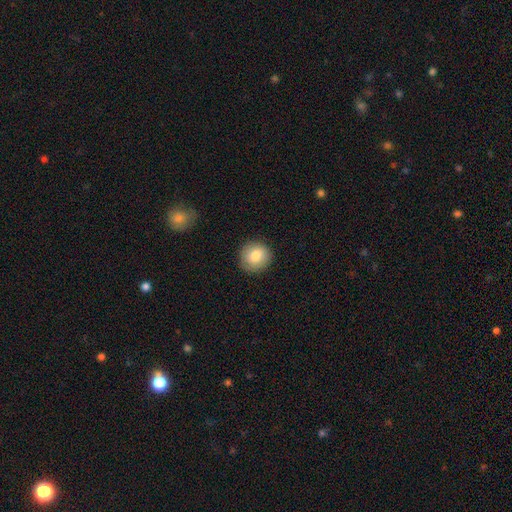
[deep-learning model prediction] smooth 82%, featured or disk 10%, star or artifact 8%. Down the decision tree: how rounded — round (90%); merging — none (89%).